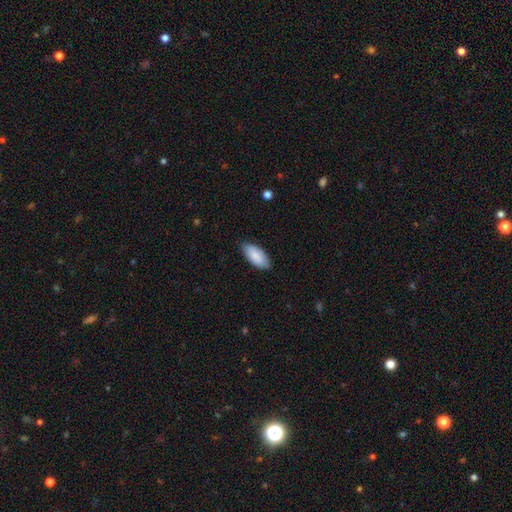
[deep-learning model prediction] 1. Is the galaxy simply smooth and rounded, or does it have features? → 85% smooth, 9% featured or disk, 6% star or artifact.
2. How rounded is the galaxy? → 91% in between, 7% cigar-shaped, 2% round.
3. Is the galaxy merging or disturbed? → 82% none, 15% minor disturbance, 2% major disturbance, 1% merger.